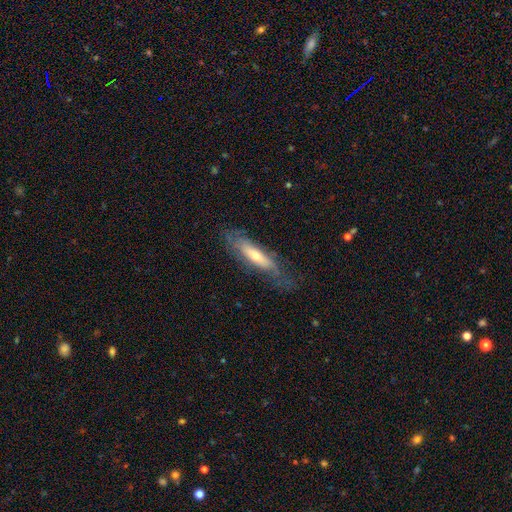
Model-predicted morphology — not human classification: Smooth or featured? Predicted: featured or disk (p=0.56). Edge-on disk? Predicted: no (p=0.59). Merging? Predicted: none (p=0.62).